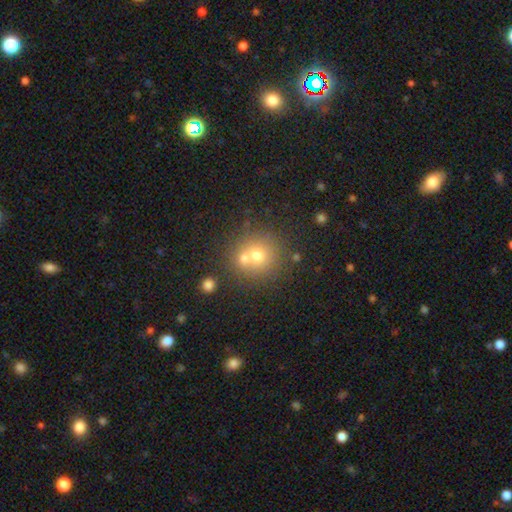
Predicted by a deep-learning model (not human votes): This appears to be a smooth galaxy with no disk features (67%) that is round (90%). Merging: none (53%).